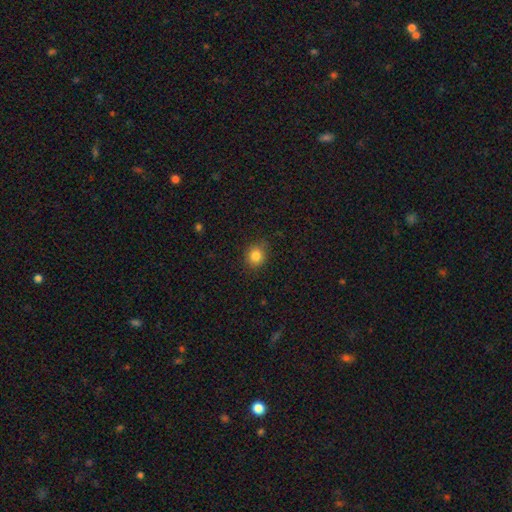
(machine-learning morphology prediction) Smooth or featured: smooth — 84% (star or artifact — 11%)
How rounded: round — 78% (in between — 21%)
Merging: none — 85% (minor disturbance — 11%)